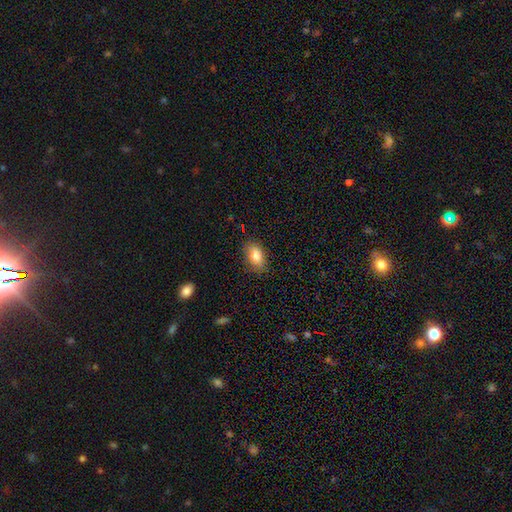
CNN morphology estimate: Smooth or featured? smooth (82%)
How rounded? in between (87%)
Merging? none (83%)